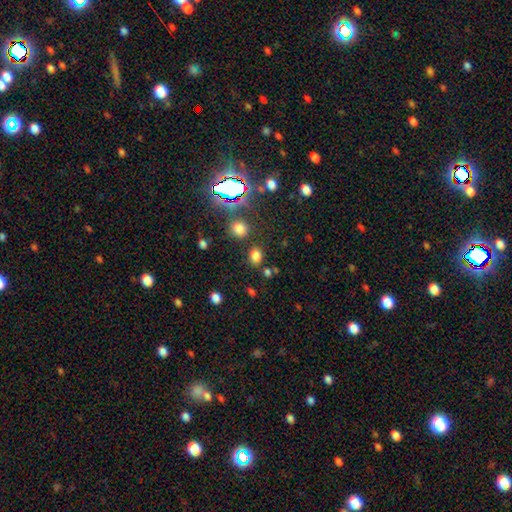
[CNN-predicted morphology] smooth 74%, star or artifact 20%, featured or disk 5%. Down the decision tree: how rounded — in between (58%); merging — none (79%).